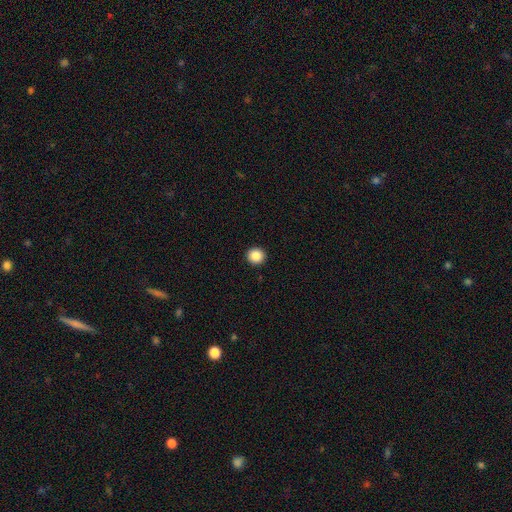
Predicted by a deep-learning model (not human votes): Smooth or featured? smooth (87%)
How rounded? round (94%)
Merging? none (94%)